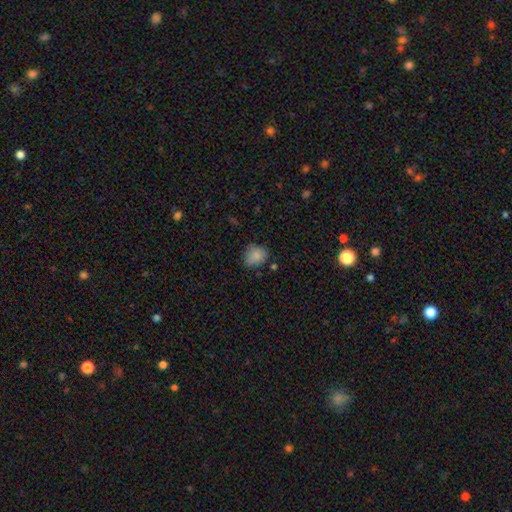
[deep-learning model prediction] smooth-or-featured: smooth: 83% | star or artifact: 10% | featured or disk: 7%
  how-rounded: round: 60% | in between: 39% | cigar-shaped: 1%
  merging: none: 65% | minor disturbance: 27% | major disturbance: 5% | merger: 3%